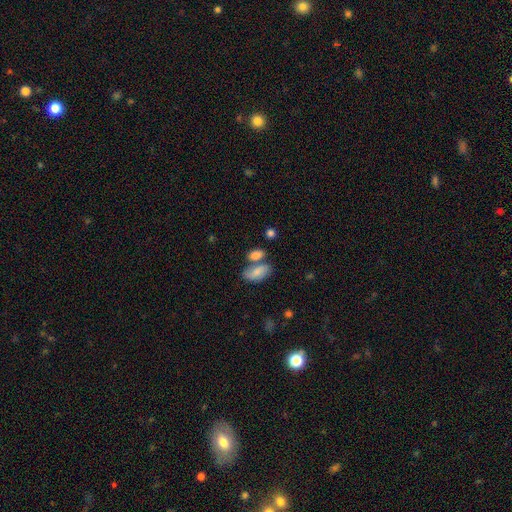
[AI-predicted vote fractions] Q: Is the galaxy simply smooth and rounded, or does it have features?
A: smooth — 80%.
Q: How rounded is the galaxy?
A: in between — 85%.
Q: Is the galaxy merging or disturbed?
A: none — 44%.